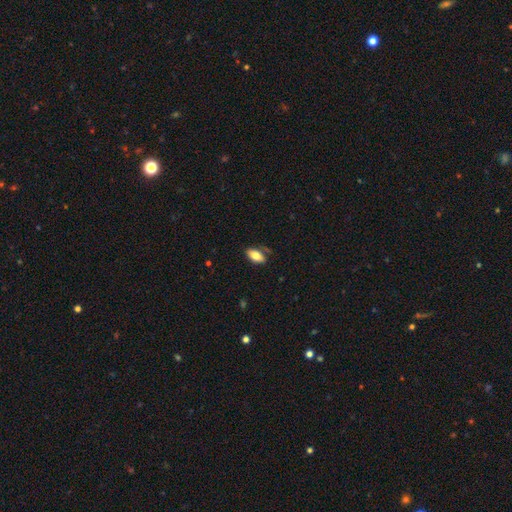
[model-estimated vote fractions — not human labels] Smooth or featured? smooth (80%)
How rounded? in between (91%)
Merging? none (75%)